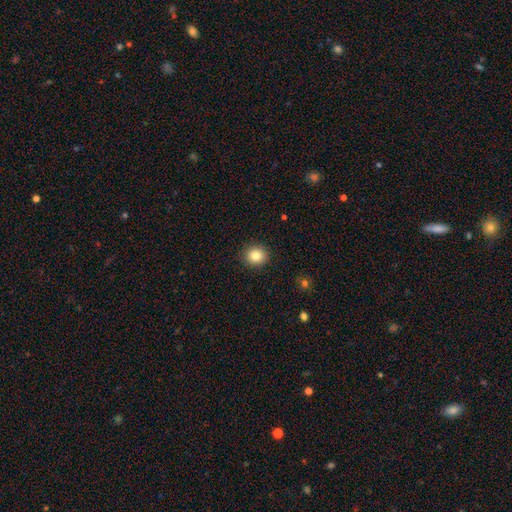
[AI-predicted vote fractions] smooth 83%, star or artifact 10%, featured or disk 7%. Down the decision tree: how rounded — round (81%); merging — none (91%).